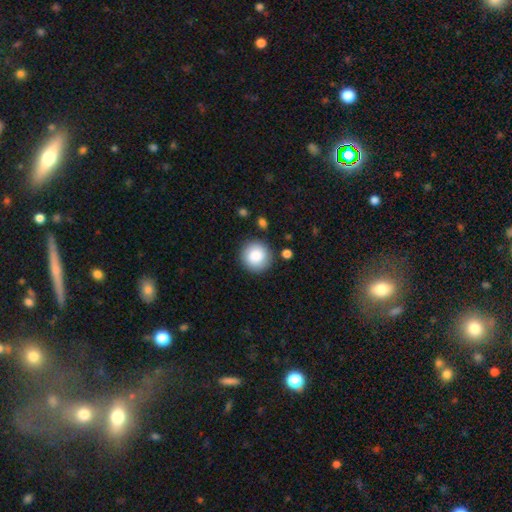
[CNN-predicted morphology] smooth 86%, star or artifact 7%, featured or disk 7%. Down the decision tree: how rounded — round (94%); merging — none (87%).